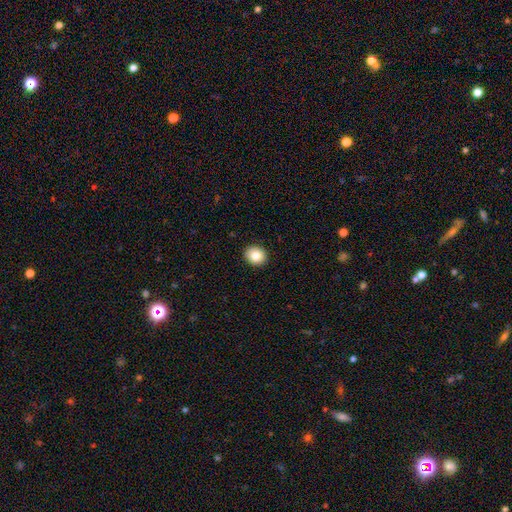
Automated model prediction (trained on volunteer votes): Smooth or featured? smooth (83%)
How rounded? round (71%)
Merging? none (92%)